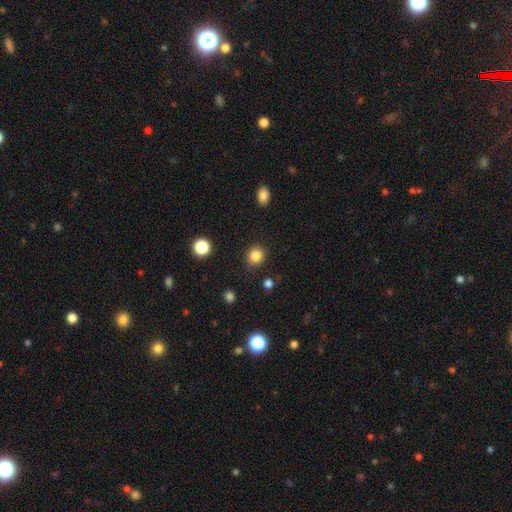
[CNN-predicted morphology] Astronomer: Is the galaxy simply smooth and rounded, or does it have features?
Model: smooth — 85%.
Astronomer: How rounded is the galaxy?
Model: round — 86%.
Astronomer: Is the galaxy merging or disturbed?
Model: none — 87%.